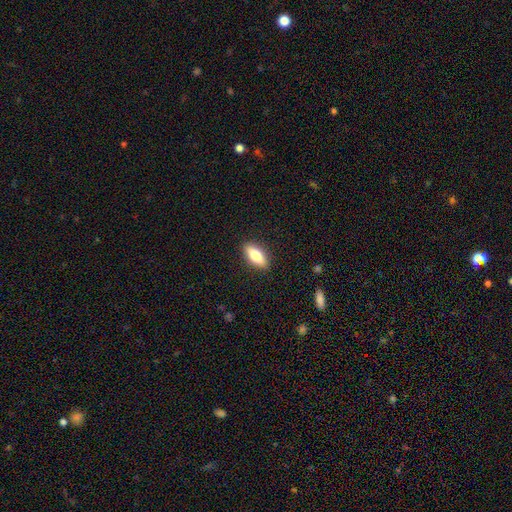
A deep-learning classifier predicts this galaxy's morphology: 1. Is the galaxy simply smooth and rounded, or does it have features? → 71% smooth, 23% featured or disk, 6% star or artifact.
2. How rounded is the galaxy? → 75% in between, 22% cigar-shaped, 3% round.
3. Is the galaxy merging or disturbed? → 89% none, 8% minor disturbance, 2% major disturbance, 1% merger.